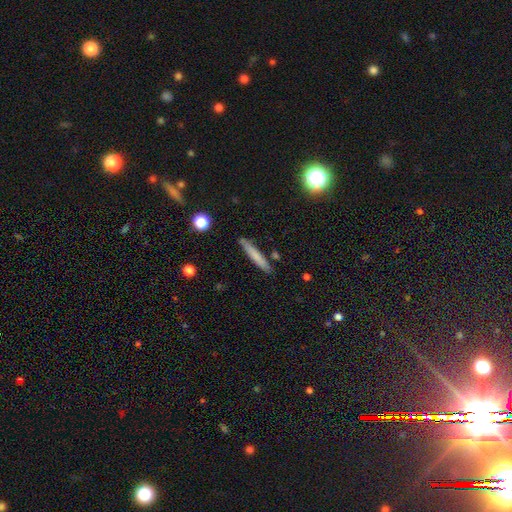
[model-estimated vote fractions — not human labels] This is likely a smooth galaxy (70%). How rounded: clearly cigar-shaped (95%). Merging: clearly none (86%).